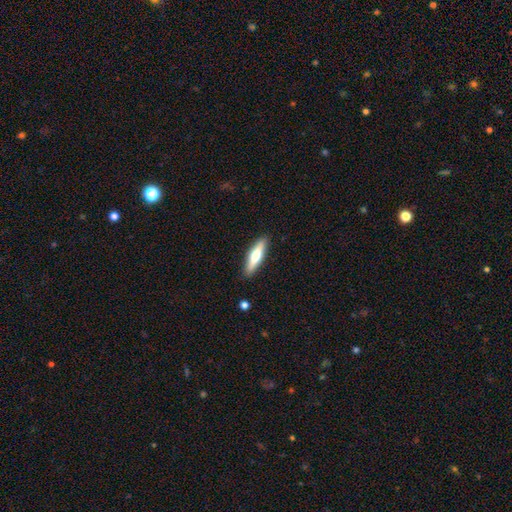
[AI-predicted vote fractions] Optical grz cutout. It shows a smooth galaxy with no disk features (52%) that is cigar-shaped (72%). Merging: none (89%).